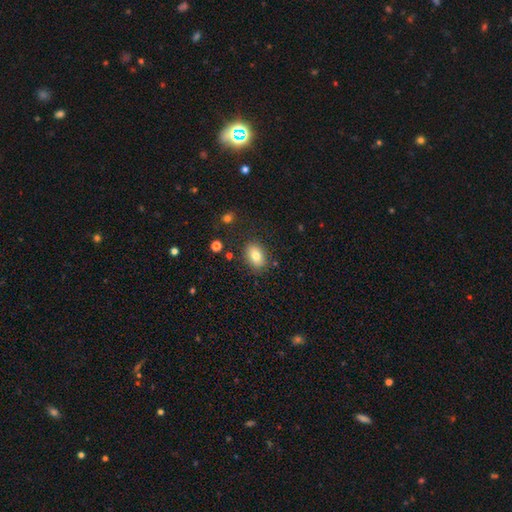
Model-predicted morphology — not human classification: type=smooth (80%); roundness=in between (83%); merging=none (83%).